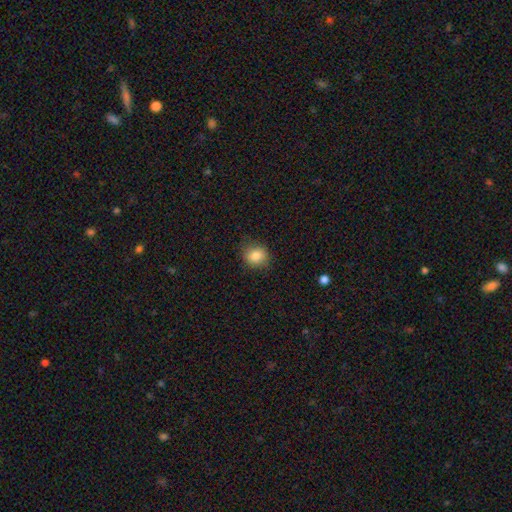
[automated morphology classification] smooth-or-featured: smooth: 84% | star or artifact: 10% | featured or disk: 6%
  how-rounded: round: 71% | in between: 28% | cigar-shaped: 1%
  merging: none: 81% | minor disturbance: 15% | major disturbance: 4% | merger: 1%